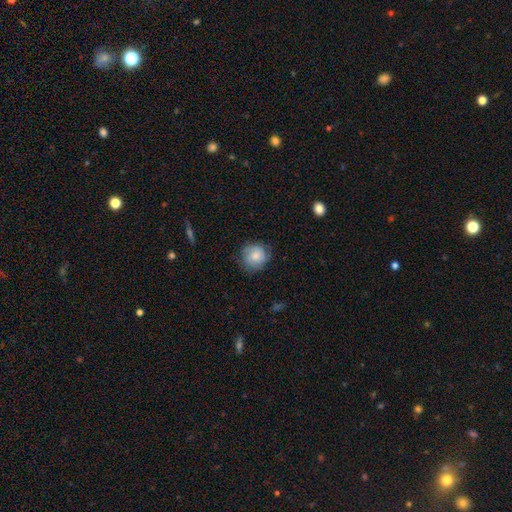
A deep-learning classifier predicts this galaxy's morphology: Overall: smooth (61%; featured or disk 31%). How rounded: round (86%). Merging: none (72%).